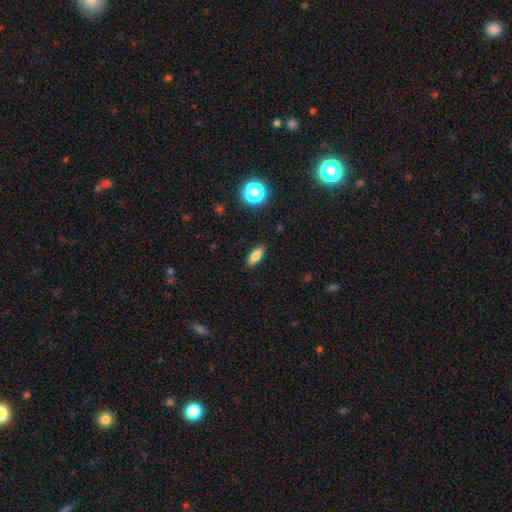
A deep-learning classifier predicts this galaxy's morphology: smooth_or_featured: smooth (p=0.79) [alt: featured or disk p=0.11]
how_rounded: in between (p=0.80) [alt: cigar-shaped p=0.15]
merging: none (p=0.88) [alt: minor disturbance p=0.08]